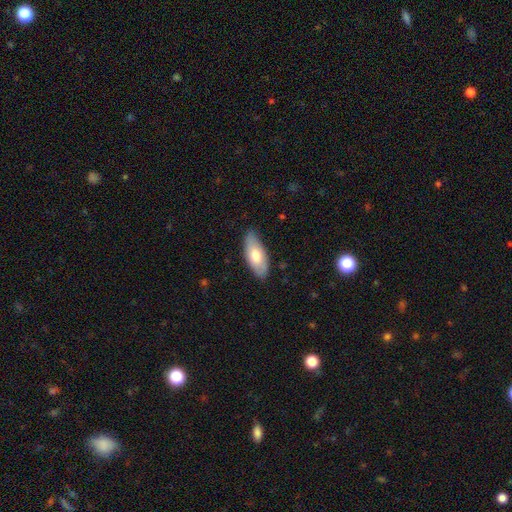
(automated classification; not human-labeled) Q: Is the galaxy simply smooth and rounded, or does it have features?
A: smooth — 68%.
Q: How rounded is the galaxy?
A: in between — 85%.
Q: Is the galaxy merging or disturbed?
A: none — 81%.